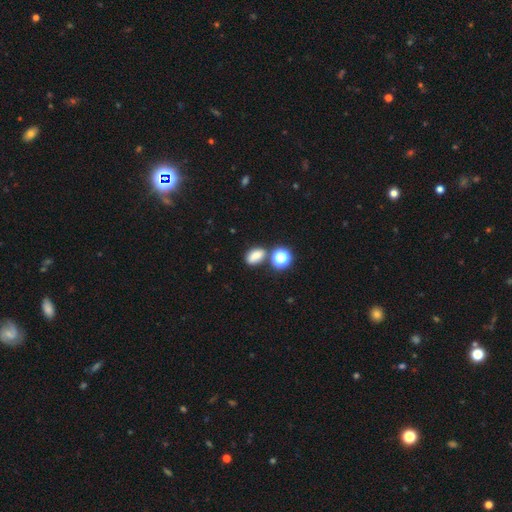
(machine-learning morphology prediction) Smooth or featured?
  - smooth: 77% *
  - star or artifact: 16%
  - featured or disk: 7%
How rounded?
  - in between: 79% *
  - round: 19%
  - cigar-shaped: 3%
Merging?
  - none: 67% *
  - merger: 15%
  - minor disturbance: 14%
  - major disturbance: 5%